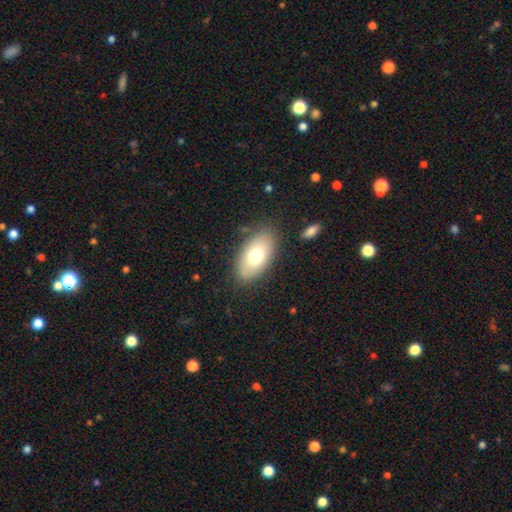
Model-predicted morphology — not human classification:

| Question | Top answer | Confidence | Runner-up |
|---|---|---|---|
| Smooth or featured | smooth | 72% | featured or disk (21%) |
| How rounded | in between | 93% | round (5%) |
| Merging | none | 82% | minor disturbance (12%) |